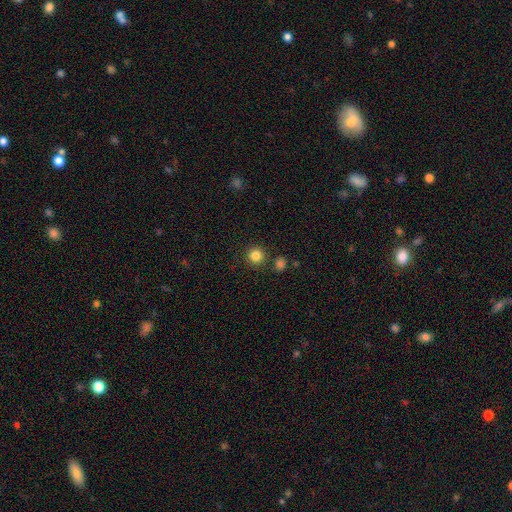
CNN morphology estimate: A smooth galaxy with no disk features (84%) that is round (95%). Merging: none (85%).